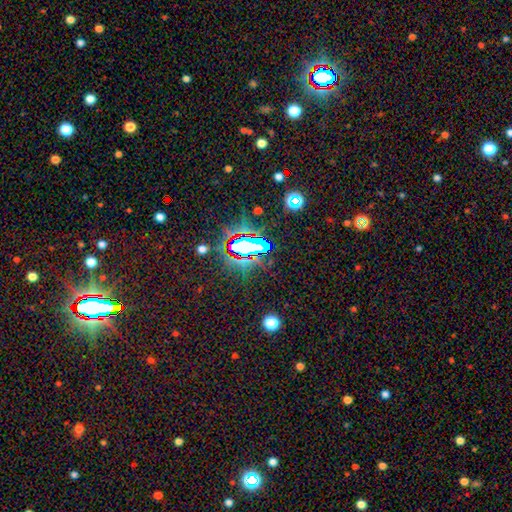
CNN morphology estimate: This is clearly a star or artifact rather than a galaxy (83%).